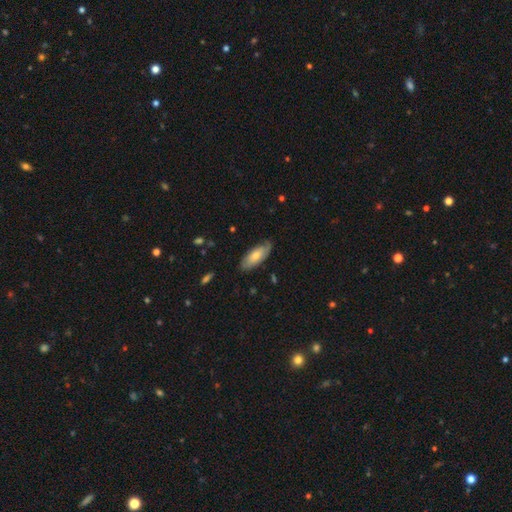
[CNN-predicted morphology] This is possibly a smooth galaxy (55%). How rounded: likely in between (79%). Merging: likely none (72%).